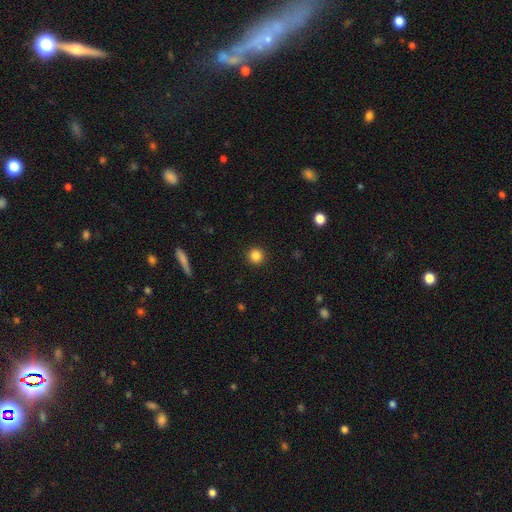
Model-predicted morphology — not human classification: A smooth galaxy with no disk features (85%) that is round (95%).

Vote fractions:
- Smooth or featured? smooth: 85% / star or artifact: 11% / featured or disk: 4%
- How rounded? round: 95% / in between: 4% / cigar-shaped: 1%
- Merging? none: 93% / minor disturbance: 4% / major disturbance: 2% / merger: 1%